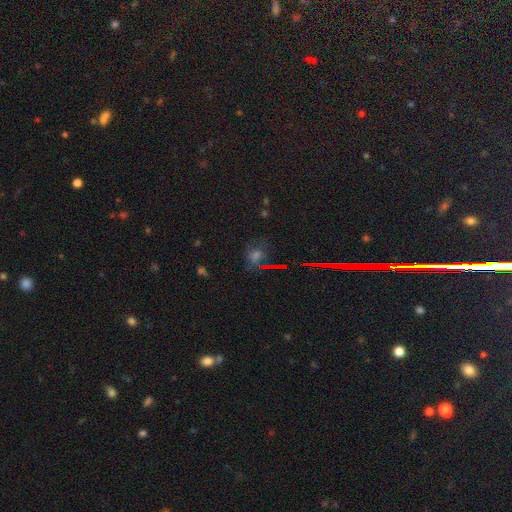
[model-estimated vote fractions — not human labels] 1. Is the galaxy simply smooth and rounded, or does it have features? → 48% star or artifact, 35% smooth, 17% featured or disk.